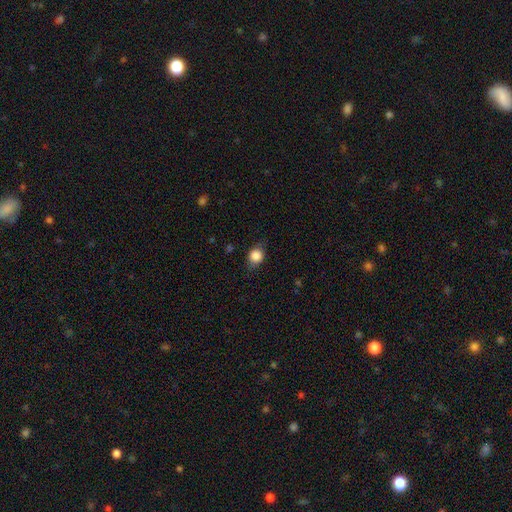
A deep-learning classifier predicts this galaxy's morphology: smooth-or-featured: smooth: 83% | star or artifact: 9% | featured or disk: 8%
  how-rounded: round: 62% | in between: 37% | cigar-shaped: 1%
  merging: none: 77% | minor disturbance: 18% | major disturbance: 4% | merger: 1%